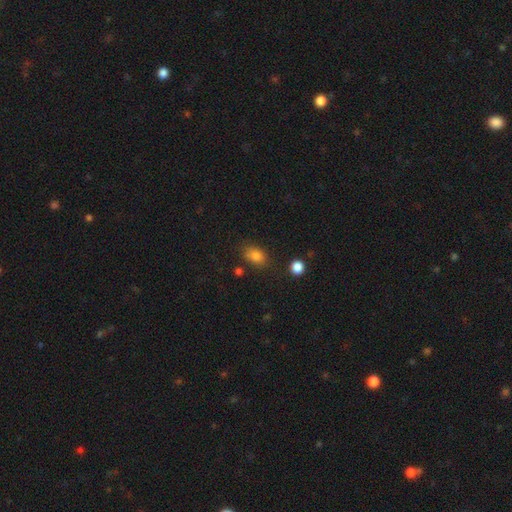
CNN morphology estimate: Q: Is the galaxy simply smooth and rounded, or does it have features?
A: smooth — 81%.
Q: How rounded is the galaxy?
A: in between — 77%.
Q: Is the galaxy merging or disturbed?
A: none — 75%.